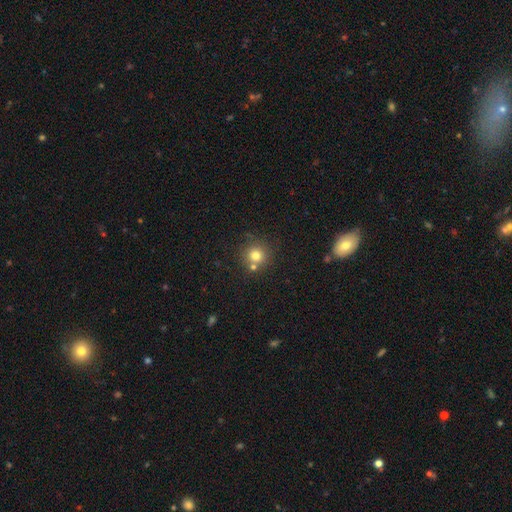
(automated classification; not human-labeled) This is likely a smooth galaxy (77%). How rounded: clearly round (92%). Merging: likely none (69%).